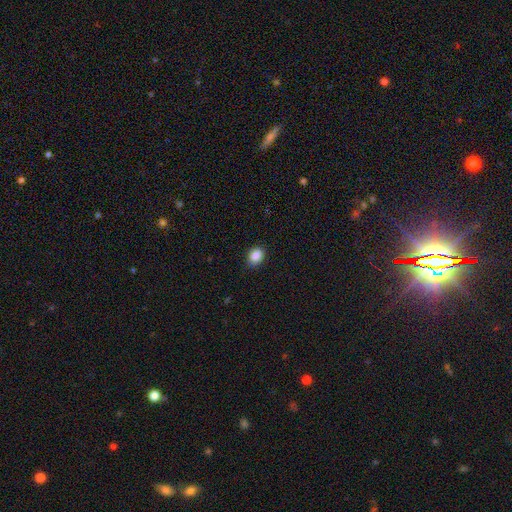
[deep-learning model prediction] Morphology: type=smooth (88%); roundness=in between (58%); merging=none (86%).